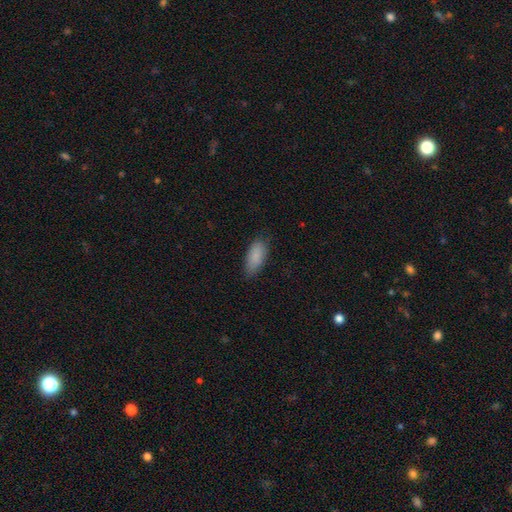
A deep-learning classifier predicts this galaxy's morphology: A smooth galaxy with no disk features (87%) that is in between round and cigar-shaped (86%).

Vote fractions:
- Smooth or featured? smooth: 87% / star or artifact: 7% / featured or disk: 6%
- How rounded? in between: 86% / cigar-shaped: 12% / round: 2%
- Merging? none: 77% / minor disturbance: 18% / major disturbance: 4% / merger: 1%